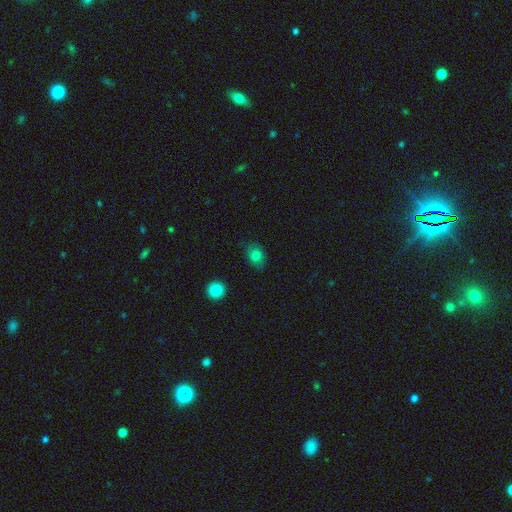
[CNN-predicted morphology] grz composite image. It shows a smooth galaxy with no disk features (79%) that is in between round and cigar-shaped (63%). Merging: none (79%).